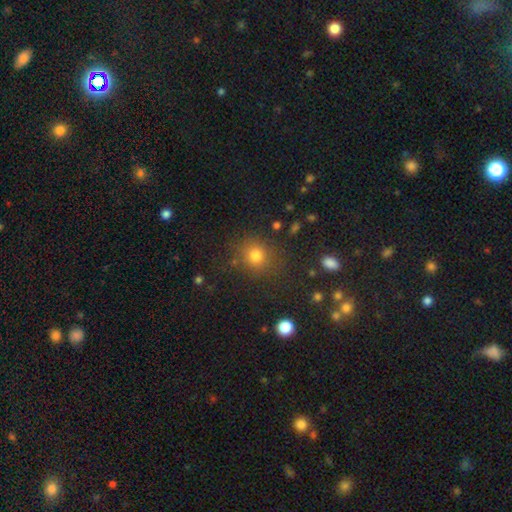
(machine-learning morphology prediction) smooth-or-featured: smooth: 78% | star or artifact: 16% | featured or disk: 7%
  how-rounded: round: 82% | in between: 16% | cigar-shaped: 1%
  merging: none: 81% | minor disturbance: 11% | major disturbance: 5% | merger: 3%